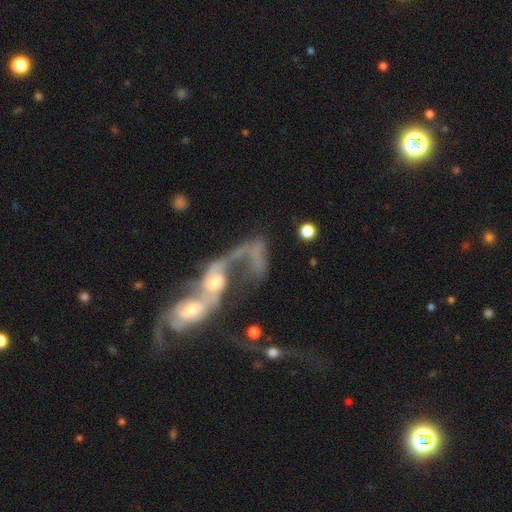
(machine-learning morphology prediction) smooth-or-featured: featured or disk: 64% | smooth: 25% | star or artifact: 11%
  disk-edge-on: no: 93% | yes: 7%
    bar: no: 64% | weak: 26% | strong: 10%
    has-spiral-arms: yes: 65% | no: 35%
    bulge-size: moderate: 45% | small: 27% | none: 14% | large: 10% | dominant: 3%
  merging: merger: 72% | major disturbance: 15% | none: 8% | minor disturbance: 4%